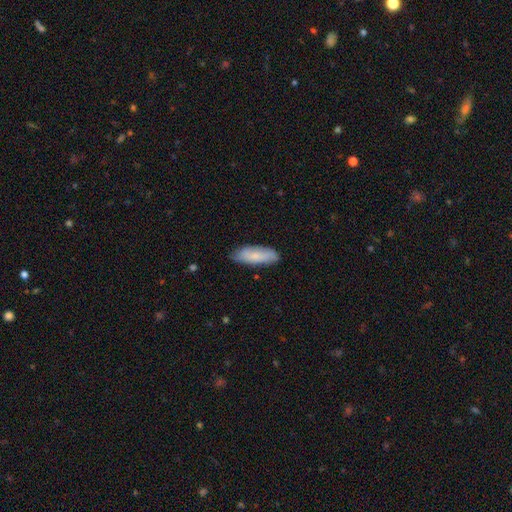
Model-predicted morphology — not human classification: smooth-or-featured: smooth: 76% | featured or disk: 18% | star or artifact: 6%
  how-rounded: in between: 60% | cigar-shaped: 39% | round: 2%
  merging: none: 80% | minor disturbance: 16% | major disturbance: 2% | merger: 1%